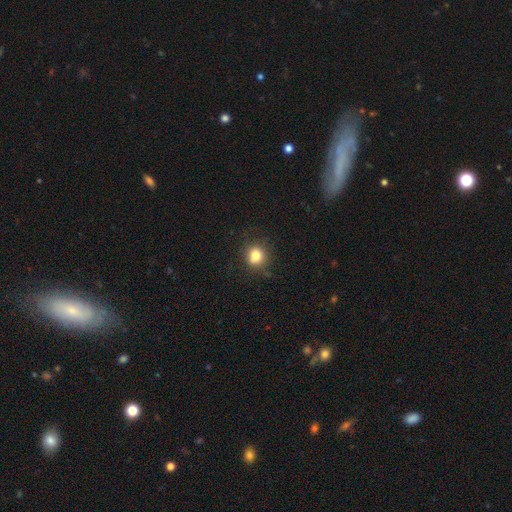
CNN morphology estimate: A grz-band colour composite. It shows a smooth galaxy with no disk features (82%) that is round (83%). Merging: none (81%).